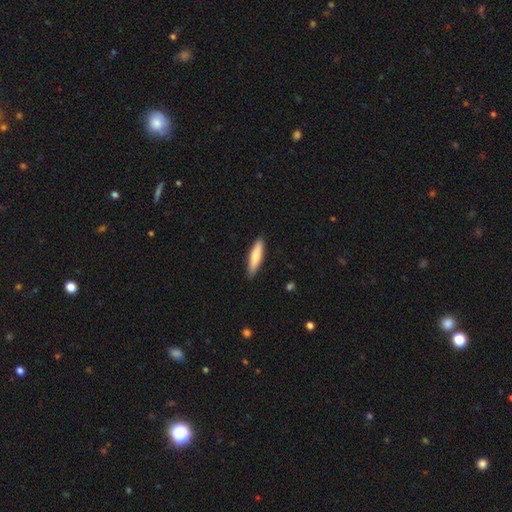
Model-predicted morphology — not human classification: Smooth or featured? smooth (74%)
How rounded? cigar-shaped (75%)
Merging? none (88%)